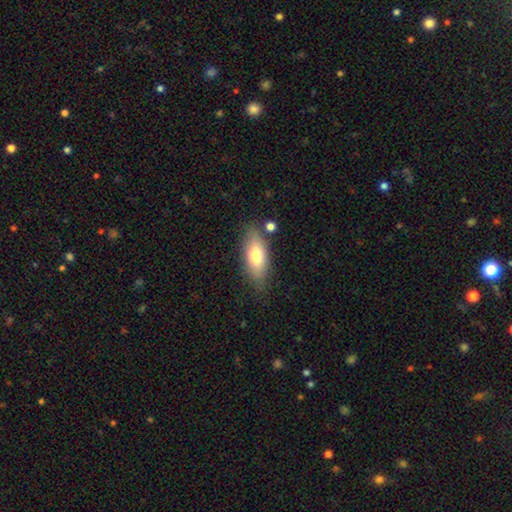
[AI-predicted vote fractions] smooth-or-featured: smooth: 72% | featured or disk: 21% | star or artifact: 7%
  how-rounded: in between: 77% | cigar-shaped: 19% | round: 4%
  merging: none: 77% | minor disturbance: 14% | merger: 5% | major disturbance: 4%